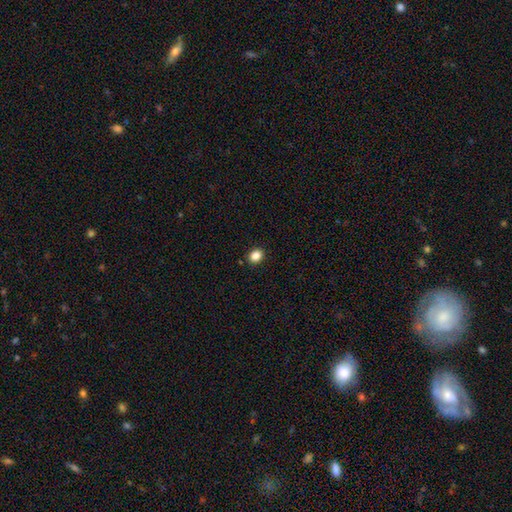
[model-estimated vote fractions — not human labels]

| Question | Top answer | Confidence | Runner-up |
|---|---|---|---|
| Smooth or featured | smooth | 85% | star or artifact (11%) |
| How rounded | round | 60% | in between (39%) |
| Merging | none | 91% | minor disturbance (6%) |